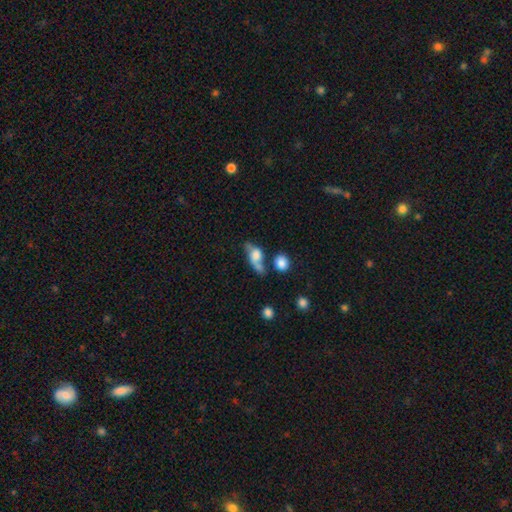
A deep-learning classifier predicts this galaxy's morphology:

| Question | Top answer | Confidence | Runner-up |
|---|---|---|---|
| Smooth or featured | smooth | 51% | featured or disk (39%) |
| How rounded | in between | 57% | round (32%) |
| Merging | none | 32% | tied: merger (32%) |